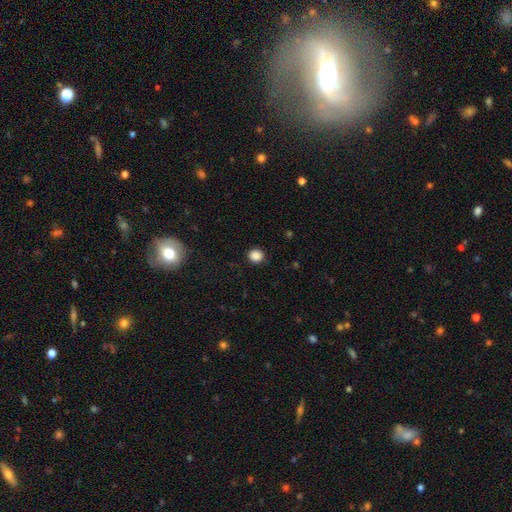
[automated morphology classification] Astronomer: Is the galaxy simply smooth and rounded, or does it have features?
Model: smooth — 87%.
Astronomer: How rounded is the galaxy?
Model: round — 88%.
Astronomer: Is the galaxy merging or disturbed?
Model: none — 90%.